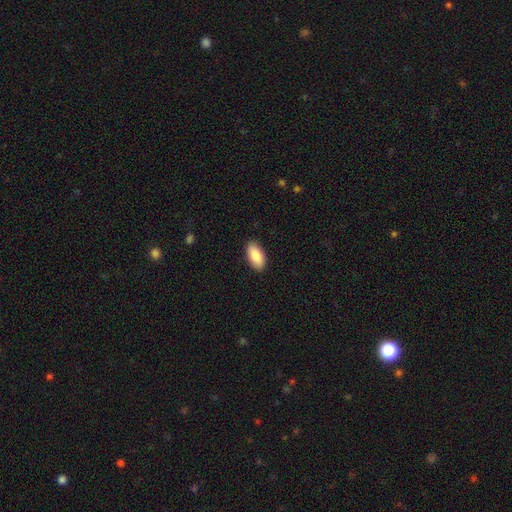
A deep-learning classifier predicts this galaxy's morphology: smooth-or-featured: smooth: 87% | featured or disk: 7% | star or artifact: 6%
  how-rounded: in between: 92% | cigar-shaped: 6% | round: 2%
  merging: none: 89% | minor disturbance: 9% | major disturbance: 2% | merger: 1%